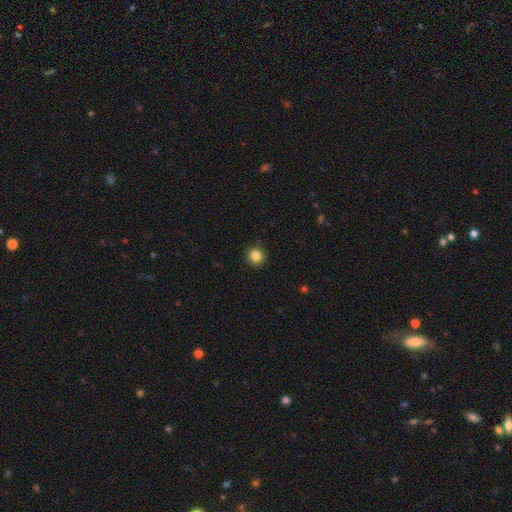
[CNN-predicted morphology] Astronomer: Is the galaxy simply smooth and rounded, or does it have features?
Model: smooth — 85%.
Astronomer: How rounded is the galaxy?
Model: round — 91%.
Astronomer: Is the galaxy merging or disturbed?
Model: none — 91%.